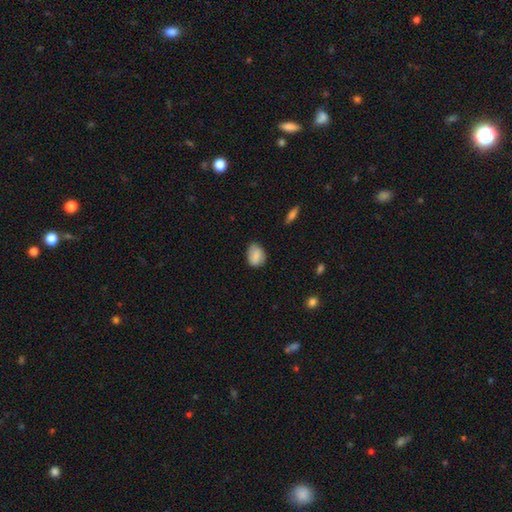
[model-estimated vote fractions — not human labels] The model was most divided on "how rounded": in between: 70%, round: 29%, cigar-shaped: 1%. More confident: smooth or featured — smooth (83%); merging — none (71%).